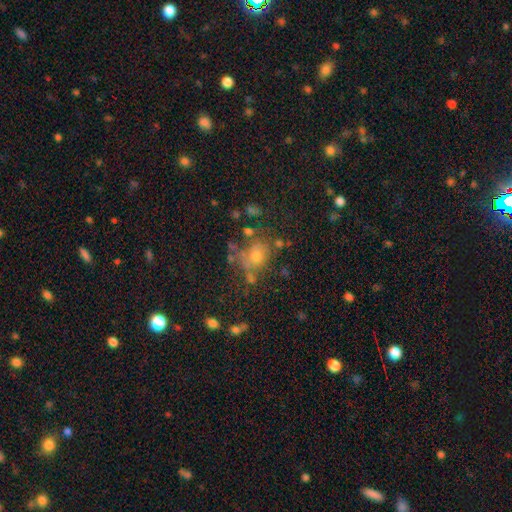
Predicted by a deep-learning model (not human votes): The model was most divided on "smooth or featured": smooth: 54%, star or artifact: 23%, featured or disk: 23%. More confident: how rounded — round (66%); merging — none (52%).